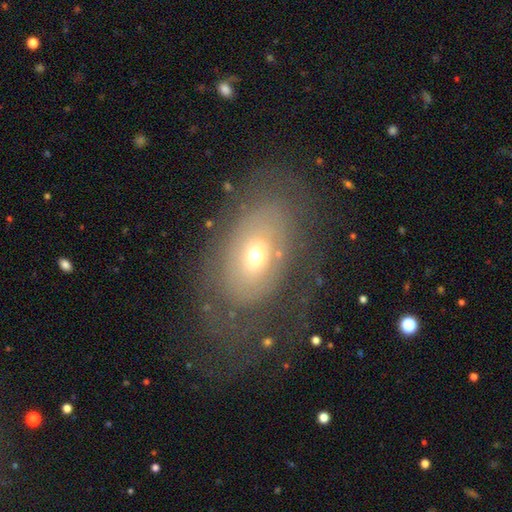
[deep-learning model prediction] Smooth or featured? featured or disk (51%)
Edge-on disk? no (92%)
Merging? none (59%)